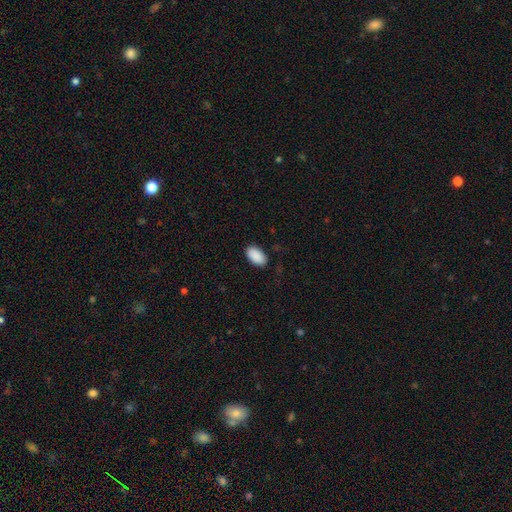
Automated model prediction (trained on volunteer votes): smooth-or-featured: smooth: 91% | star or artifact: 6% | featured or disk: 2%
  how-rounded: in between: 95% | round: 3% | cigar-shaped: 1%
  merging: none: 88% | minor disturbance: 9% | major disturbance: 2% | merger: 1%